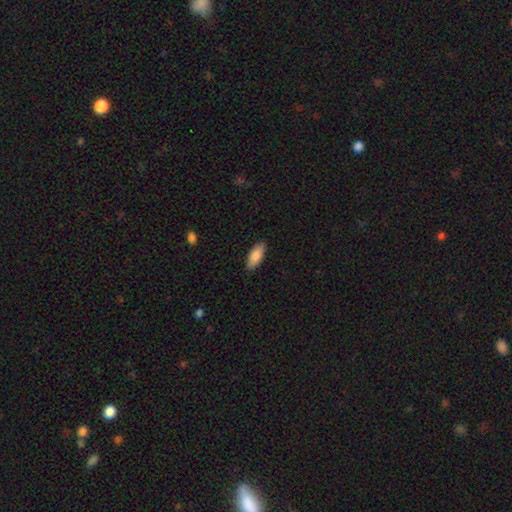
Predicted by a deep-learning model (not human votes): Overall: smooth (87%). How rounded: in between (79%). Merging: none (88%).